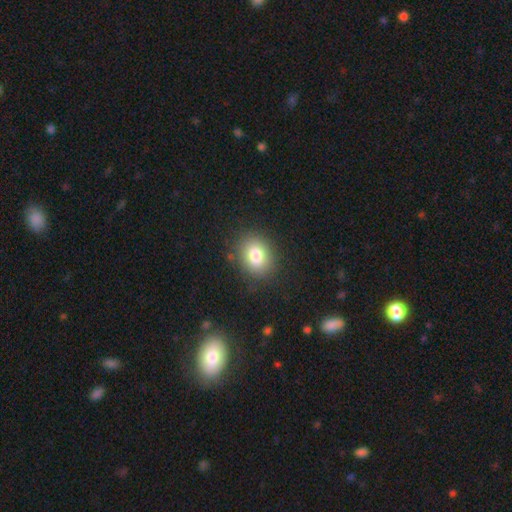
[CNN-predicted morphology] Smooth or featured?
  - smooth: 82% *
  - star or artifact: 10%
  - featured or disk: 8%
How rounded?
  - round: 55% *
  - in between: 44%
  - cigar-shaped: 1%
Merging?
  - none: 85% *
  - minor disturbance: 10%
  - major disturbance: 4%
  - merger: 1%